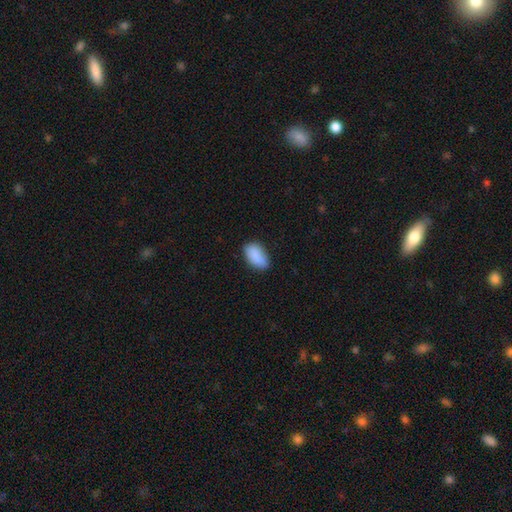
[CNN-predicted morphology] This is clearly a smooth galaxy (89%). How rounded: clearly in between (93%). Merging: likely none (75%).